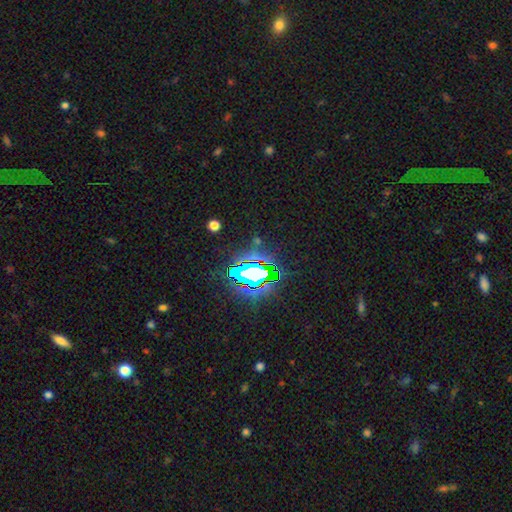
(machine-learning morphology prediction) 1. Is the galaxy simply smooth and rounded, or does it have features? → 82% star or artifact, 11% smooth, 7% featured or disk.